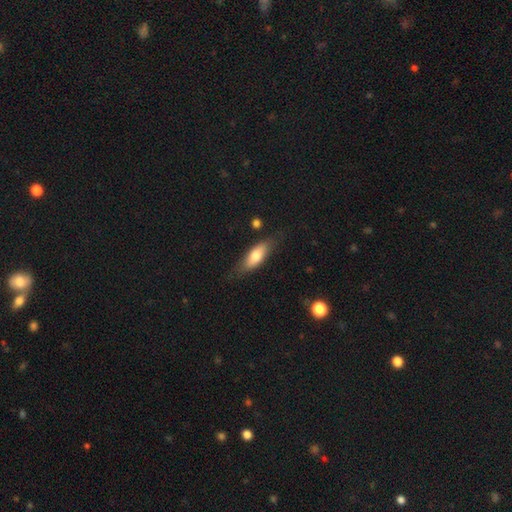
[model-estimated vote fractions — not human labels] This appears to be a smooth galaxy with no disk features (69%) that is in between round and cigar-shaped (68%). Merging: none (72%).